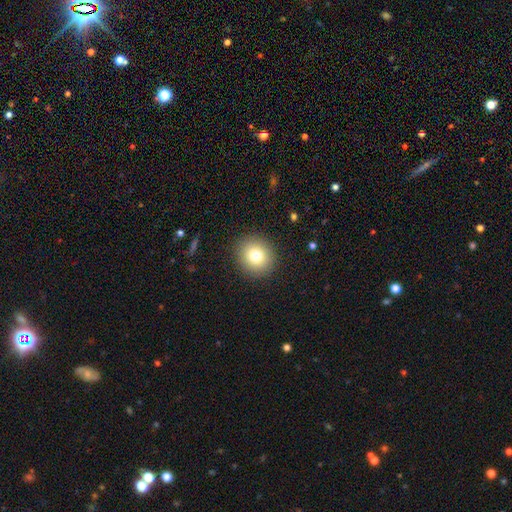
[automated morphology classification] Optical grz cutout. It shows a smooth galaxy with no disk features (79%) that is round (86%). Merging: none (91%).